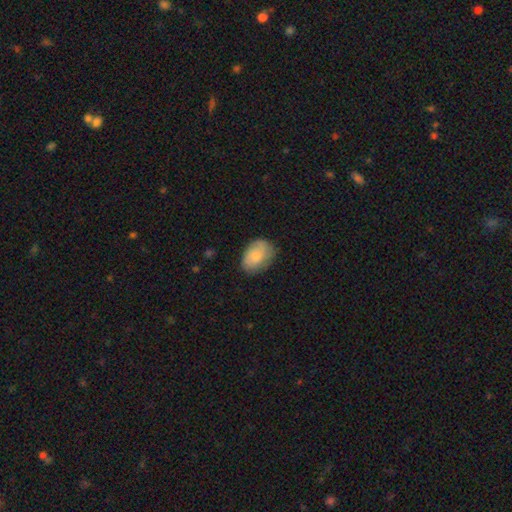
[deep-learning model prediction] Smooth or featured? Predicted: smooth (p=0.80). How rounded? Predicted: in between (p=0.83). Merging? Predicted: none (p=0.73).